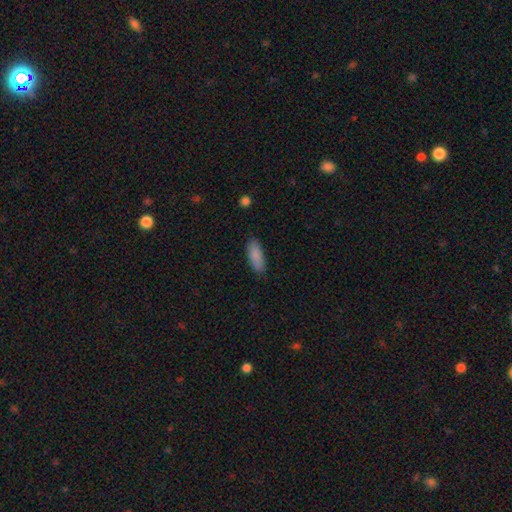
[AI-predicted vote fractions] Smooth or featured?
  - smooth: 88% *
  - star or artifact: 6%
  - featured or disk: 5%
How rounded?
  - in between: 73% *
  - cigar-shaped: 25%
  - round: 2%
Merging?
  - none: 86% *
  - minor disturbance: 10%
  - major disturbance: 2%
  - merger: 1%